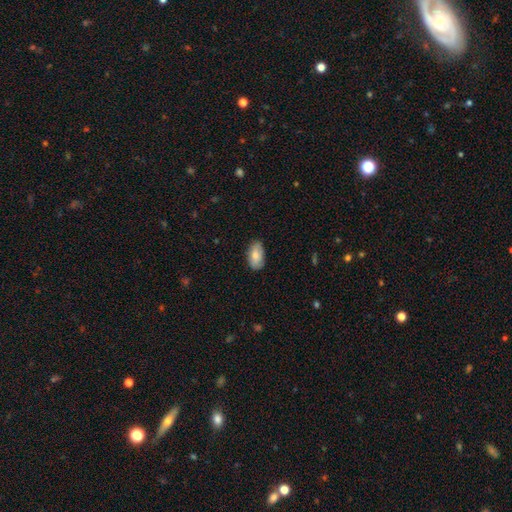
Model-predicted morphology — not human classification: A smooth galaxy with no disk features (77%) that is in between round and cigar-shaped (94%).

Vote fractions:
- Smooth or featured? smooth: 77% / featured or disk: 17% / star or artifact: 6%
- How rounded? in between: 94% / round: 4% / cigar-shaped: 2%
- Merging? none: 79% / minor disturbance: 17% / major disturbance: 3% / merger: 1%